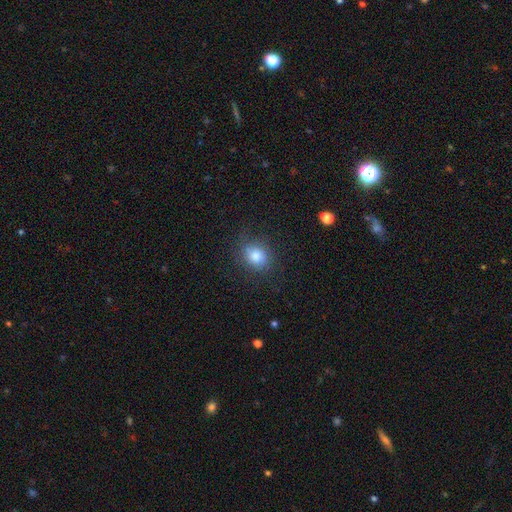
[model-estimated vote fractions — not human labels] smooth_or_featured: smooth (p=0.76) [alt: featured or disk p=0.13]
how_rounded: round (p=0.63) [alt: in between p=0.36]
merging: none (p=0.74) [alt: minor disturbance p=0.17]